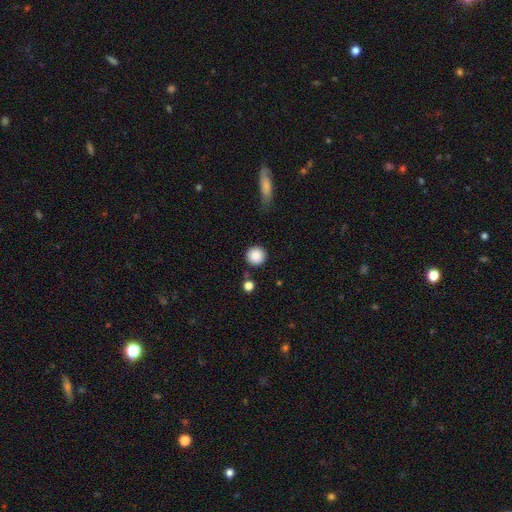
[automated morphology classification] Smooth or featured?
  - smooth: 88% *
  - star or artifact: 8%
  - featured or disk: 4%
How rounded?
  - round: 95% *
  - in between: 4%
  - cigar-shaped: 1%
Merging?
  - none: 85% *
  - minor disturbance: 8%
  - merger: 4%
  - major disturbance: 3%